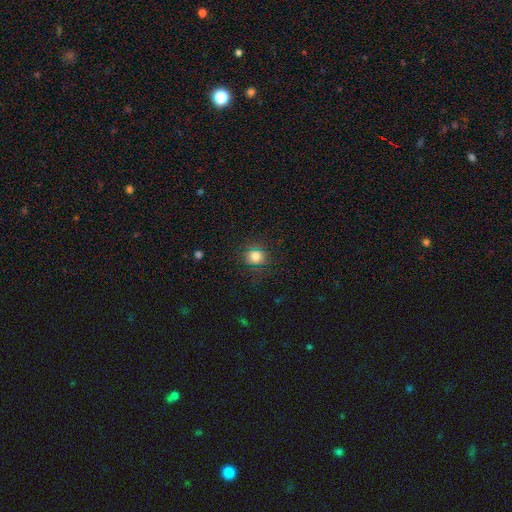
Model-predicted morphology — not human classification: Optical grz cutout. It shows a smooth galaxy with no disk features (75%) that is round (89%). Merging: none (84%).